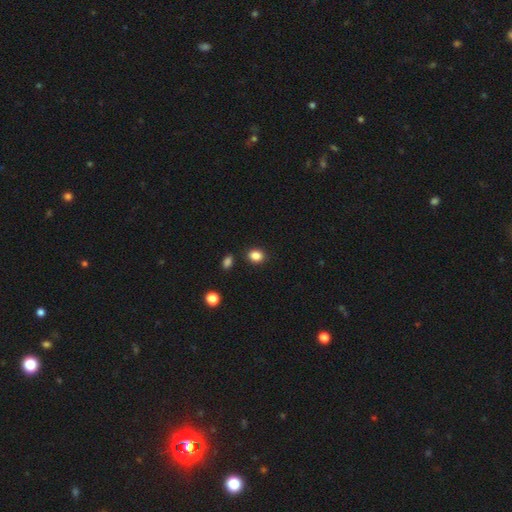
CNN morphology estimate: Smooth or featured: smooth — 86% (star or artifact — 10%)
How rounded: in between — 51% (round — 48%)
Merging: none — 87% (minor disturbance — 8%)